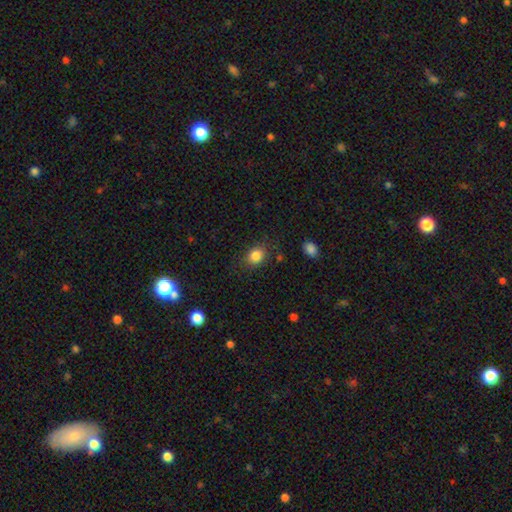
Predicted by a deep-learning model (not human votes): Smooth or featured? Predicted: smooth (p=0.84). How rounded? Predicted: round (p=0.56). Merging? Predicted: none (p=0.81).